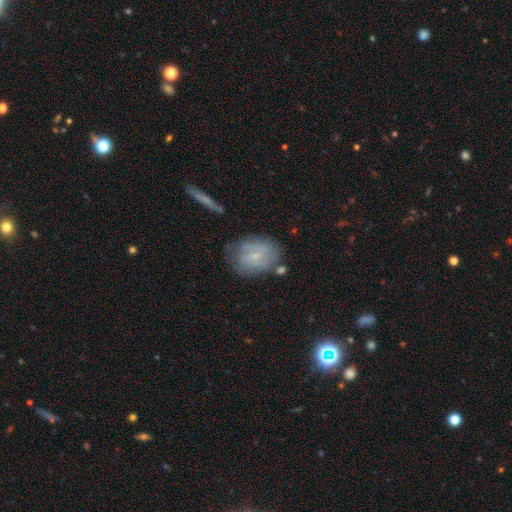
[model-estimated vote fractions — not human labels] smooth-or-featured: featured or disk: 48% | smooth: 43% | star or artifact: 8%
  merging: none: 62% | minor disturbance: 24% | major disturbance: 9% | merger: 6%